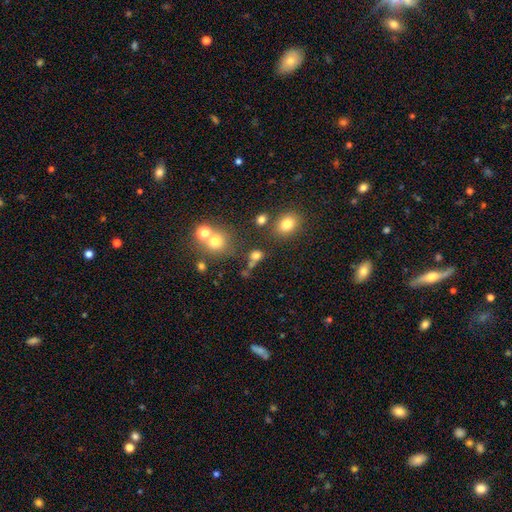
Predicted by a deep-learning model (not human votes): Q: Smooth or featured?
A: smooth (73%); runner-up: star or artifact (18%)
Q: How rounded?
A: round (50%); runner-up: in between (46%)
Q: Merging?
A: none (55%); runner-up: merger (22%)